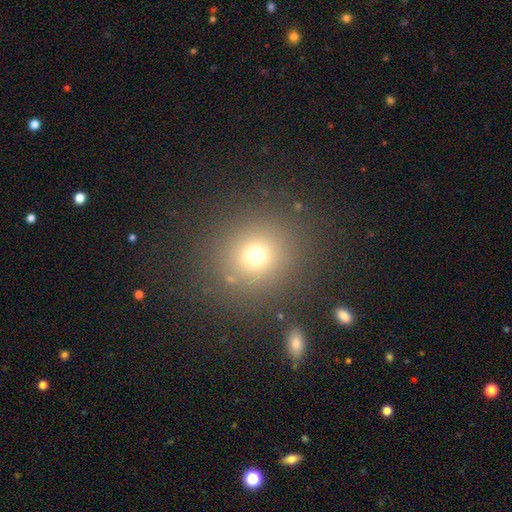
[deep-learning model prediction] A smooth galaxy with no disk features (69%) that is round (90%).

Vote fractions:
- Smooth or featured? smooth: 69% / star or artifact: 22% / featured or disk: 9%
- How rounded? round: 90% / in between: 9% / cigar-shaped: 1%
- Merging? none: 85% / minor disturbance: 7% / major disturbance: 5% / merger: 3%